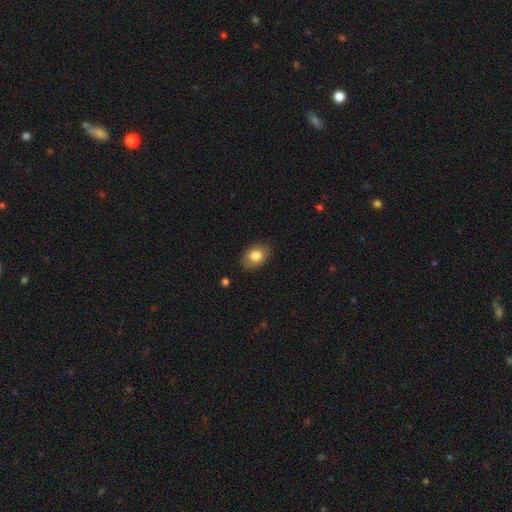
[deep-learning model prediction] Smooth or featured: smooth — 82% (featured or disk — 10%)
How rounded: in between — 77% (round — 22%)
Merging: none — 83% (minor disturbance — 13%)